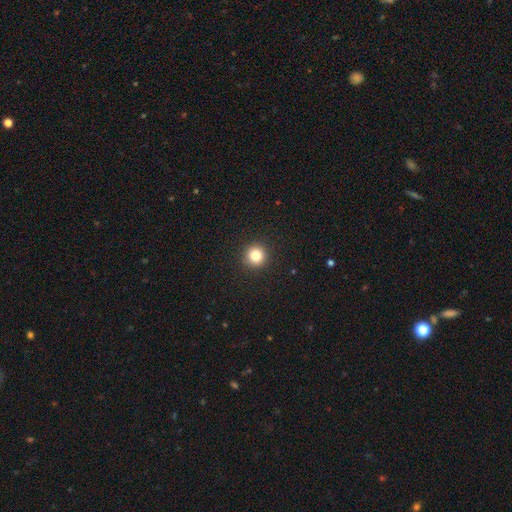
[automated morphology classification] smooth_or_featured: smooth (p=0.82) [alt: star or artifact p=0.12]
how_rounded: round (p=0.95) [alt: in between p=0.04]
merging: none (p=0.93) [alt: minor disturbance p=0.04]